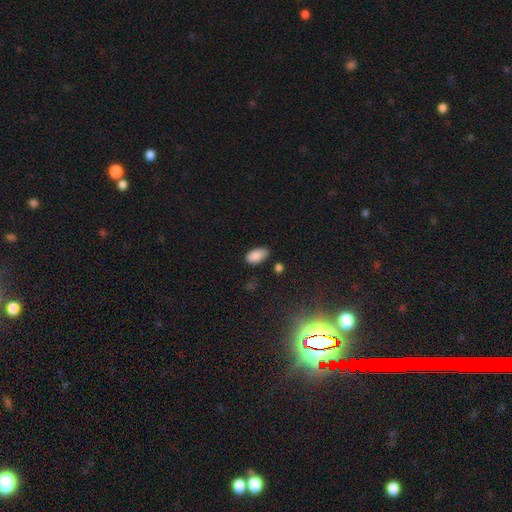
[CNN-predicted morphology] smooth_or_featured: smooth (p=0.87) [alt: star or artifact p=0.09]
how_rounded: in between (p=0.94) [alt: round p=0.03]
merging: none (p=0.70) [alt: minor disturbance p=0.23]